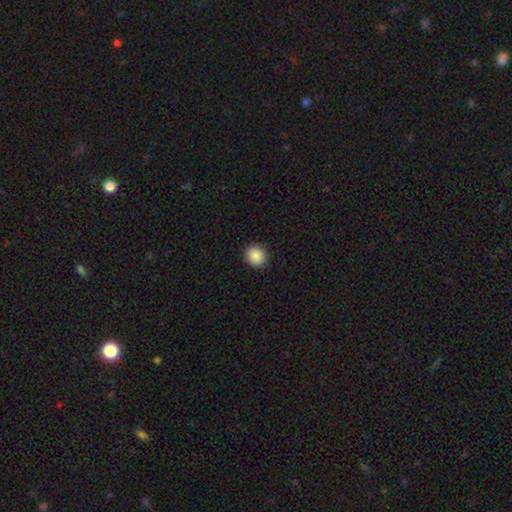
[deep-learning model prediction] Smooth or featured? smooth (88%)
How rounded? round (87%)
Merging? none (92%)